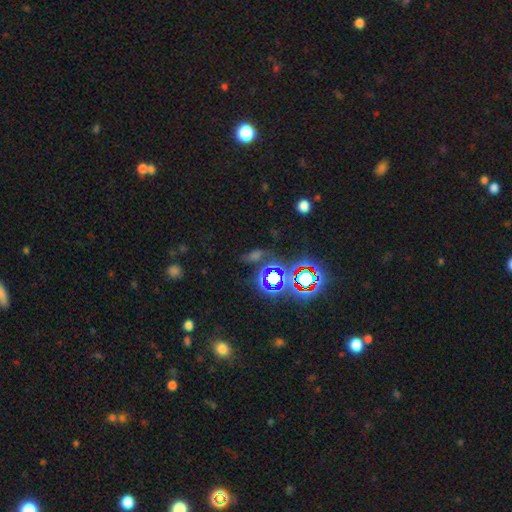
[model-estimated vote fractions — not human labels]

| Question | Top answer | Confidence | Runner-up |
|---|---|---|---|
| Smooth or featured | star or artifact | 57% | smooth (26%) |